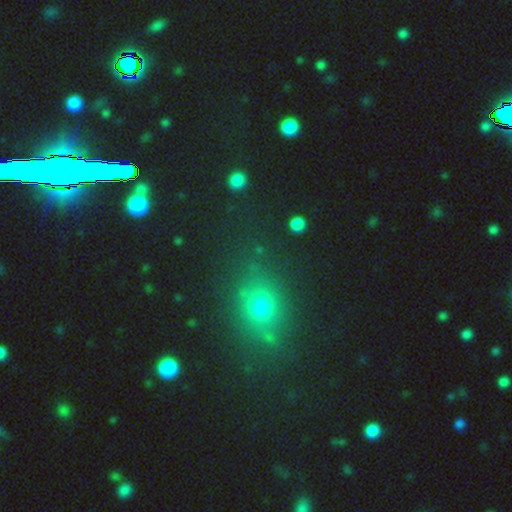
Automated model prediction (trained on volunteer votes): A smooth galaxy with no disk features (47%).

Vote fractions:
- Smooth or featured? smooth: 47% / star or artifact: 39% / featured or disk: 14%
- Merging? none: 83% / minor disturbance: 11% / major disturbance: 4% / merger: 2%